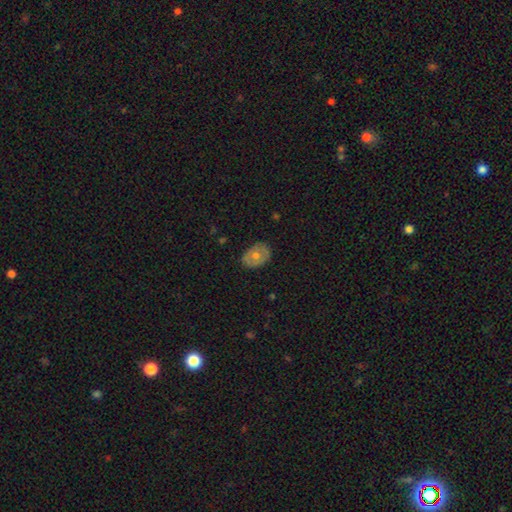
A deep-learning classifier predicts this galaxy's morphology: This appears to be a smooth galaxy with no disk features (53%) that is in between round and cigar-shaped (74%). Merging: none (83%).